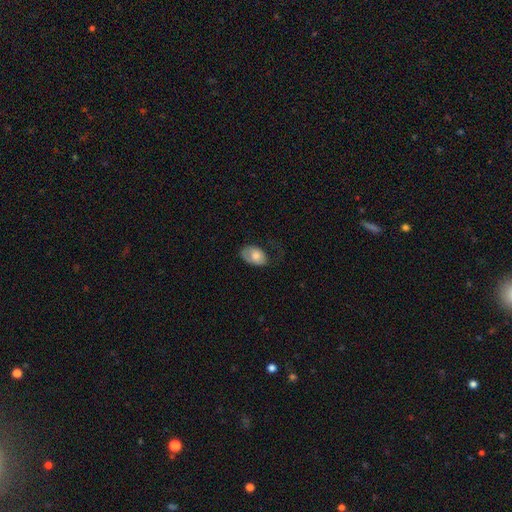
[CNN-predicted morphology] smooth_or_featured: smooth (p=0.72) [alt: featured or disk p=0.21]
how_rounded: in between (p=0.89) [alt: round p=0.10]
merging: none (p=0.40) [alt: minor disturbance p=0.30]